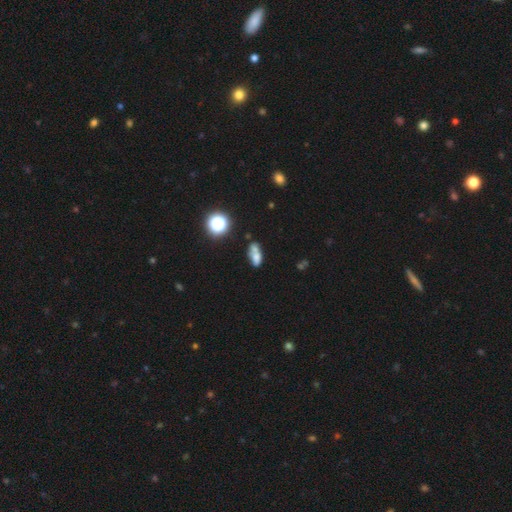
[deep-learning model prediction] Smooth or featured?
  - smooth: 59% *
  - featured or disk: 25%
  - star or artifact: 16%
How rounded?
  - in between: 77% *
  - round: 15%
  - cigar-shaped: 8%
Merging?
  - merger: 40% *
  - none: 33%
  - minor disturbance: 16%
  - major disturbance: 11%